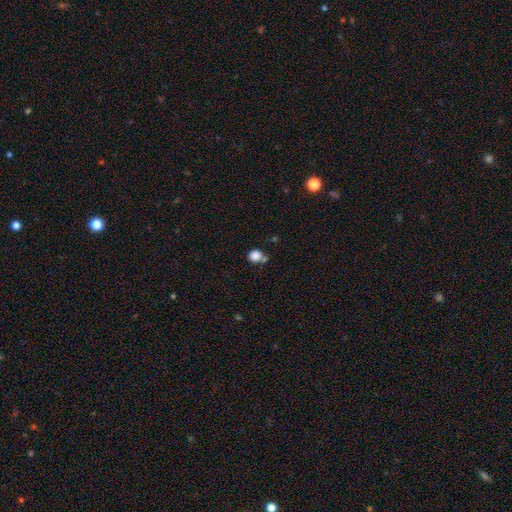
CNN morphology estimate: This appears to be a smooth galaxy with no disk features (84%) that is round (85%). Merging: none (62%).